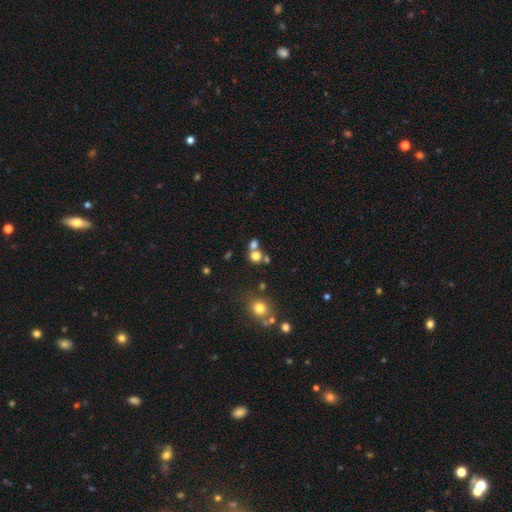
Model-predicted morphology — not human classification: This appears to be a smooth galaxy with no disk features (74%) that is round (80%). Merging: none (49%).